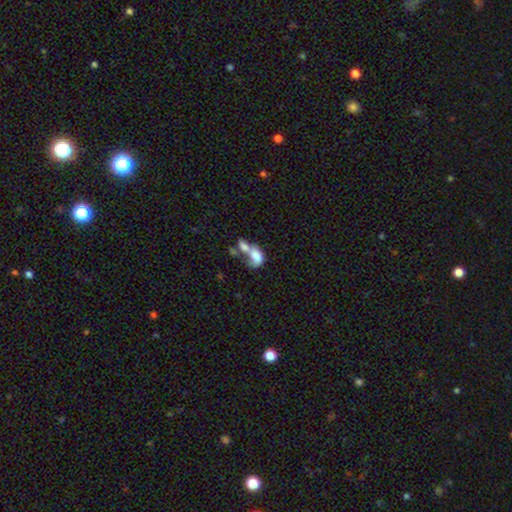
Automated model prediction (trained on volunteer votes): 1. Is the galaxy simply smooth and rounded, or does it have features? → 63% smooth, 28% featured or disk, 10% star or artifact.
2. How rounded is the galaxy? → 86% in between, 10% round, 4% cigar-shaped.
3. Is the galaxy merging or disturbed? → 64% merger, 17% major disturbance, 12% none, 8% minor disturbance.